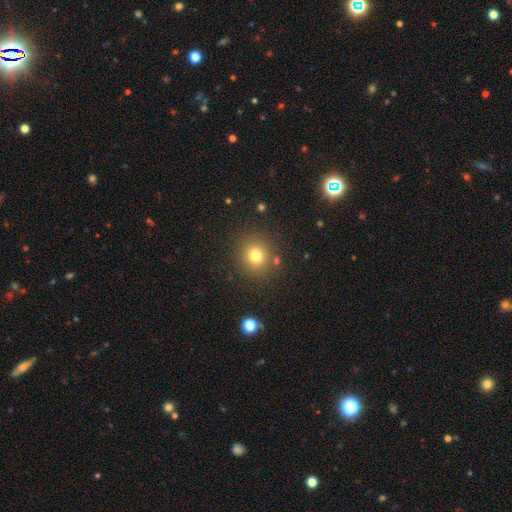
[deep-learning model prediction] A smooth galaxy with no disk features (76%) that is round (88%). Merging: none (86%).